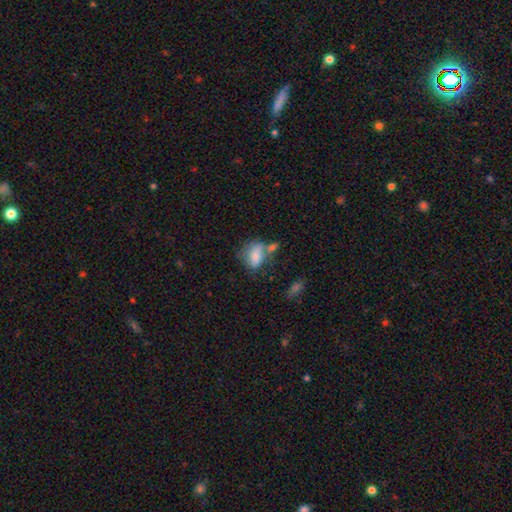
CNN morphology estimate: smooth 71%, featured or disk 20%, star or artifact 9%. Down the decision tree: how rounded — in between (81%); merging — none (34%).